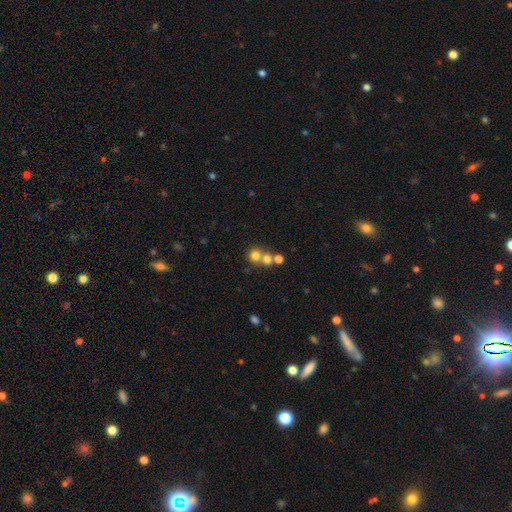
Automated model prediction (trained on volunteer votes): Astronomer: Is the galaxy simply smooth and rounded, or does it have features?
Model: smooth — 72%.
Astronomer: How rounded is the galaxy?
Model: round — 87%.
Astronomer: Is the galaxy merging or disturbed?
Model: merger — 45%, tied with none at 45%.